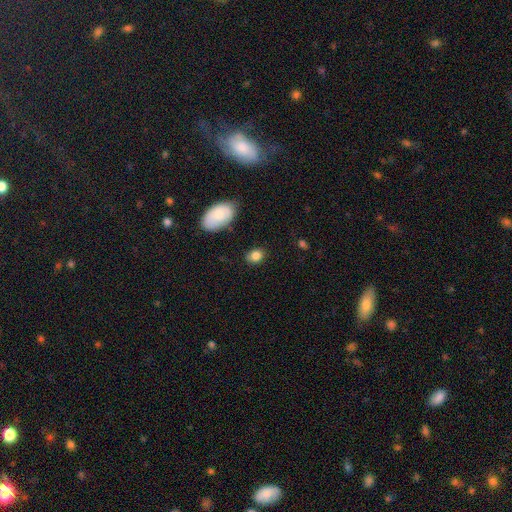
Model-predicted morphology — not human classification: A smooth galaxy with no disk features (84%) that is in between round and cigar-shaped (57%).

Vote fractions:
- Smooth or featured? smooth: 84% / star or artifact: 9% / featured or disk: 7%
- How rounded? in between: 57% / round: 41% / cigar-shaped: 1%
- Merging? none: 81% / minor disturbance: 13% / major disturbance: 3% / merger: 2%